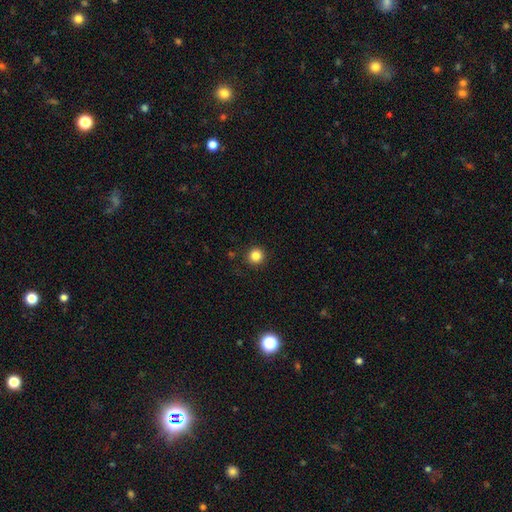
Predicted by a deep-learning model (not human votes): Morphology: type=smooth (84%); roundness=round (95%); merging=none (91%).